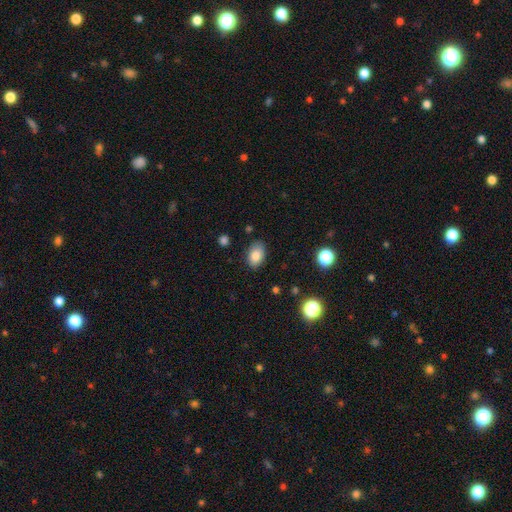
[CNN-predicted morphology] Smooth or featured? Predicted: smooth (p=0.84). How rounded? Predicted: in between (p=0.87). Merging? Predicted: none (p=0.83).